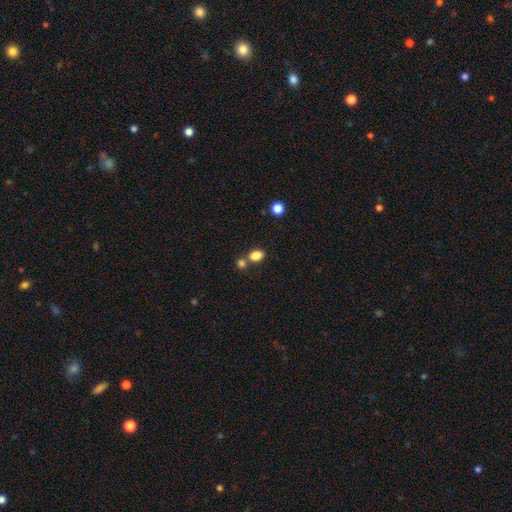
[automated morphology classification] Smooth or featured? Predicted: smooth (p=0.84). How rounded? Predicted: in between (p=0.73). Merging? Predicted: none (p=0.59).